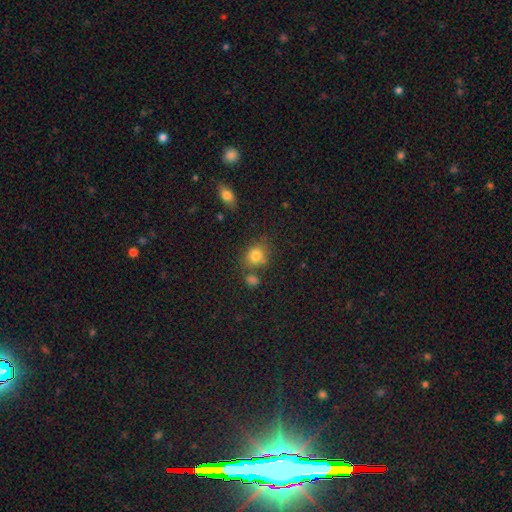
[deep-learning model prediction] This appears to be a smooth galaxy with no disk features (80%) that is round (66%). Merging: none (64%).